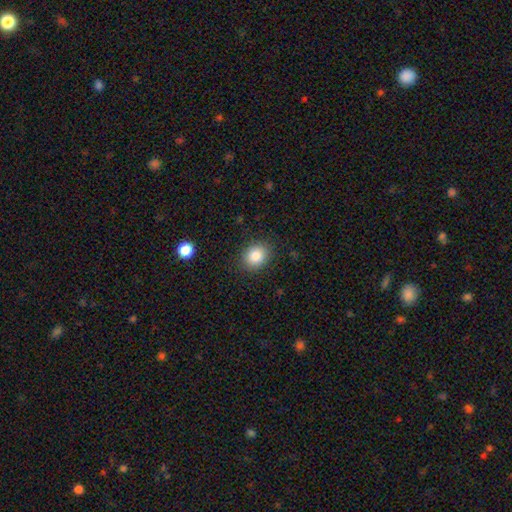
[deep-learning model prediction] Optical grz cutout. It shows a smooth galaxy with no disk features (83%) that is round (60%). Merging: none (88%).